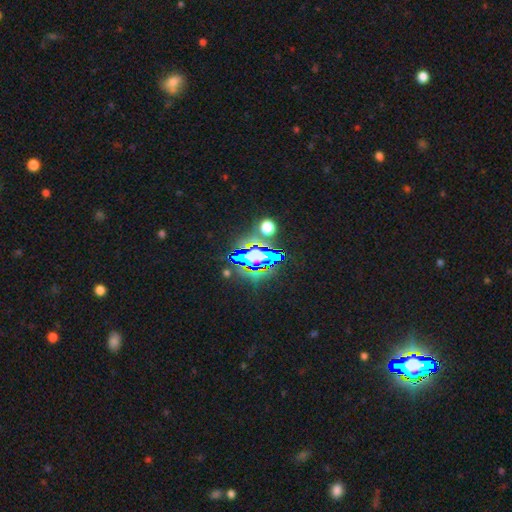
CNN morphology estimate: Smooth or featured: star or artifact — 63% (smooth — 21%)